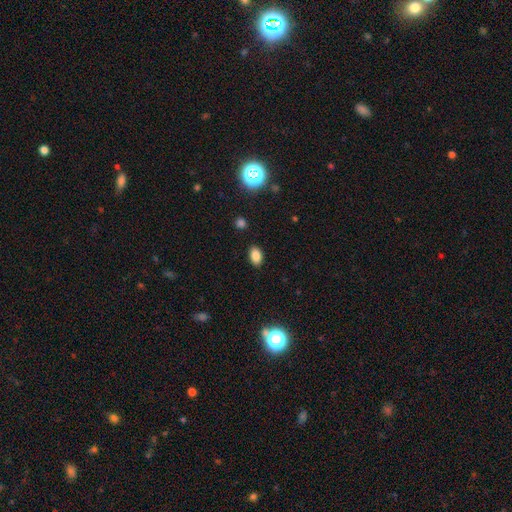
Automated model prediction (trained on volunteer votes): This appears to be a smooth galaxy with no disk features (84%) that is in between round and cigar-shaped (89%). Merging: none (87%).